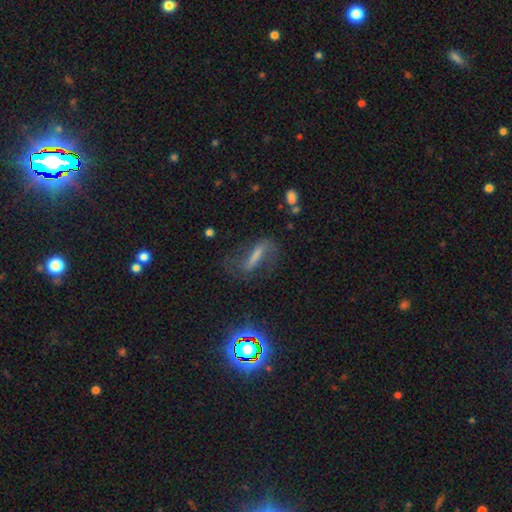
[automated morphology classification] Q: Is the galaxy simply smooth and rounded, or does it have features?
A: featured or disk — 50%.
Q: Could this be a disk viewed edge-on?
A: no — 78%.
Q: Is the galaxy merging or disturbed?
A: none — 62%.